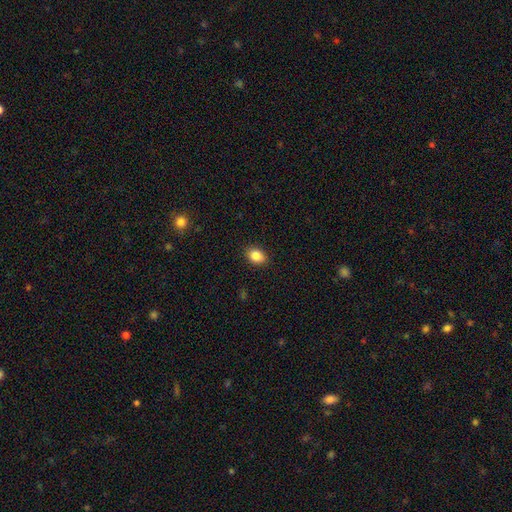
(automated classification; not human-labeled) The model was most divided on "how rounded": in between: 69%, round: 30%, cigar-shaped: 1%. More confident: merging — none (88%); smooth or featured — smooth (86%).